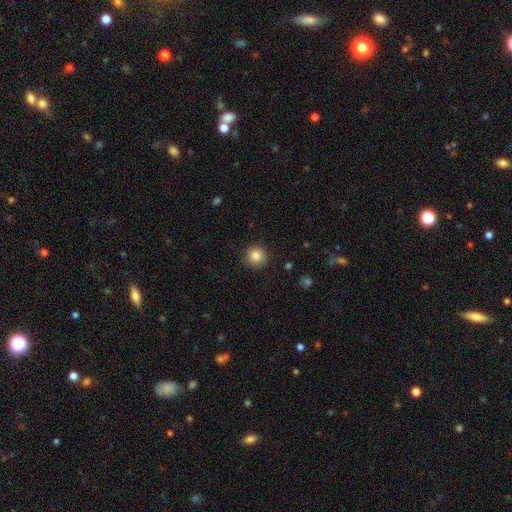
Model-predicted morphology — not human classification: smooth 84%, star or artifact 10%, featured or disk 6%. Down the decision tree: how rounded — round (94%); merging — none (89%).